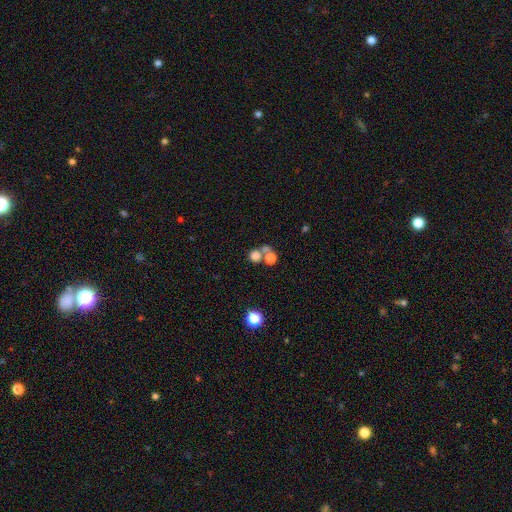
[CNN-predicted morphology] Overall: smooth (74%). How rounded: round (86%). Merging: none (45%; merger 43%).